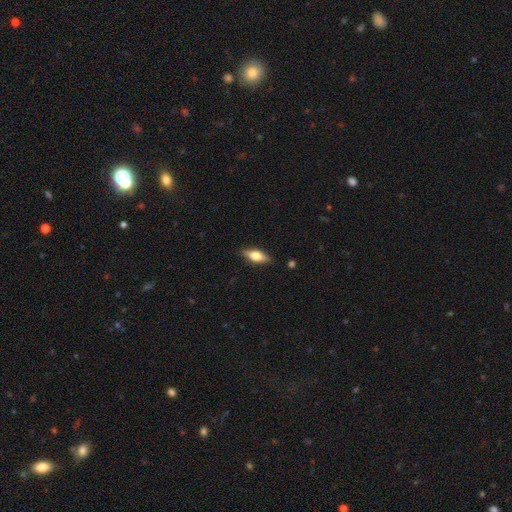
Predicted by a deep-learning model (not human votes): This appears to be a smooth galaxy with no disk features (54%) that is in between round and cigar-shaped (66%). Merging: none (85%).